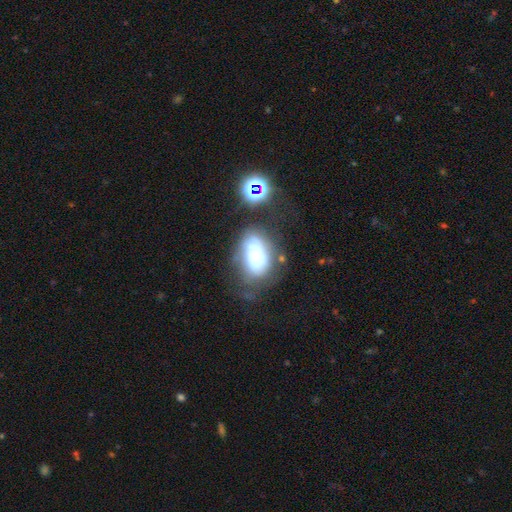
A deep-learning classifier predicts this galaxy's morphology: The model was most divided on "merging": none: 46%, minor disturbance: 26%, major disturbance: 18%, merger: 10%. More confident: edge-on disk — no (96%); bar — no (80%); spiral arms — yes (68%); smooth or featured — featured or disk (57%); bulge size — small (52%).